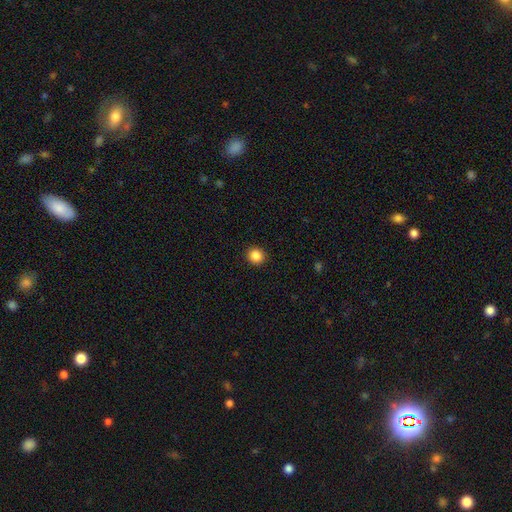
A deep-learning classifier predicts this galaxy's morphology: smooth-or-featured: smooth: 87% | star or artifact: 10% | featured or disk: 3%
  how-rounded: round: 90% | in between: 9% | cigar-shaped: 1%
  merging: none: 93% | minor disturbance: 5% | major disturbance: 2% | merger: 1%